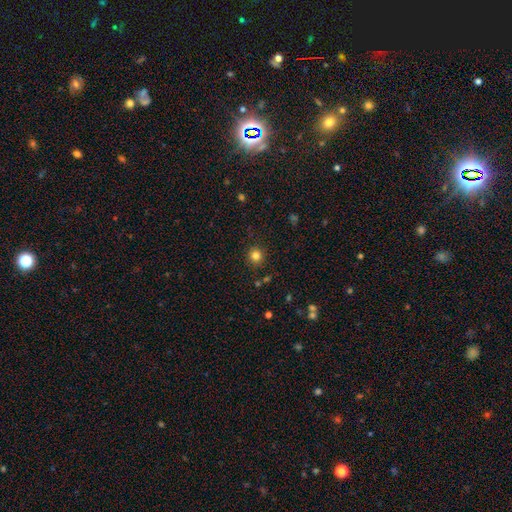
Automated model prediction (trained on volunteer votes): This is clearly a smooth galaxy (81%). How rounded: clearly round (92%). Merging: clearly none (90%).